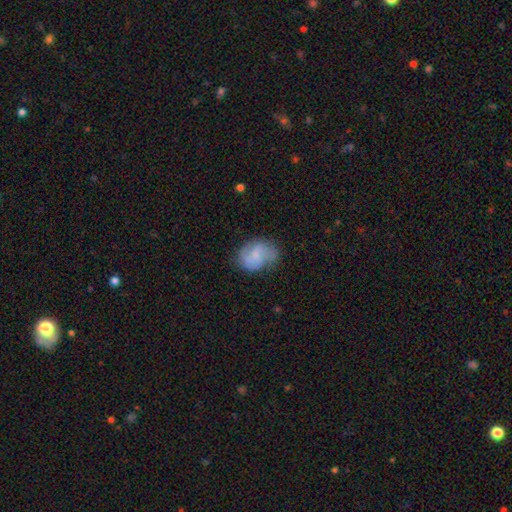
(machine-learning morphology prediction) type=smooth (52%); roundness=in between (66%); merging=none (56%).